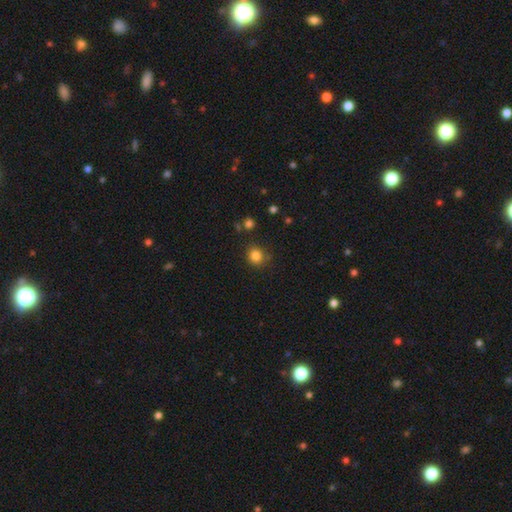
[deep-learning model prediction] A smooth galaxy with no disk features (83%) that is round (86%).

Vote fractions:
- Smooth or featured? smooth: 83% / star or artifact: 12% / featured or disk: 5%
- How rounded? round: 86% / in between: 14% / cigar-shaped: 1%
- Merging? none: 82% / minor disturbance: 12% / major disturbance: 3% / merger: 3%